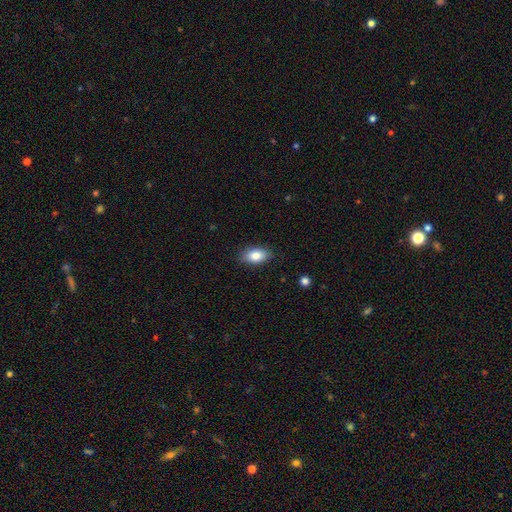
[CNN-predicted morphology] type=smooth (83%); roundness=in between (91%); merging=none (86%).